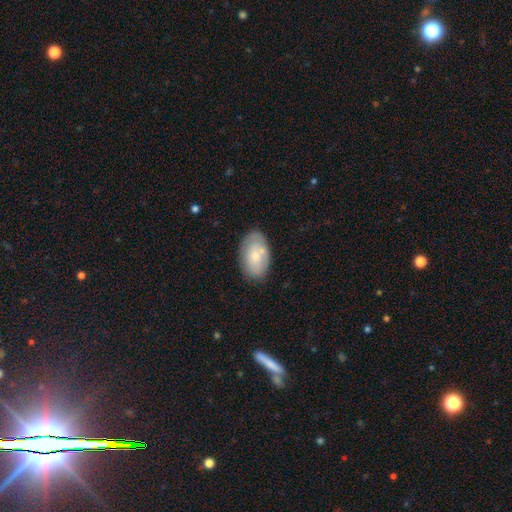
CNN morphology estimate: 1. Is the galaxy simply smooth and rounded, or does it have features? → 65% smooth, 29% featured or disk, 6% star or artifact.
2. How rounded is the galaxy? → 92% in between, 7% round, 1% cigar-shaped.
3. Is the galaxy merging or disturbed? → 72% none, 19% minor disturbance, 4% major disturbance, 4% merger.